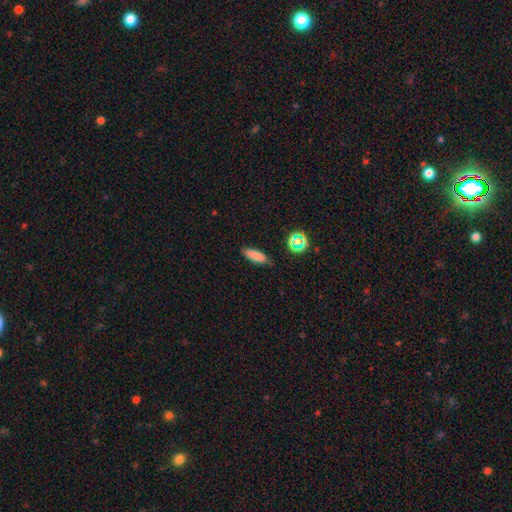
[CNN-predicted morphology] smooth_or_featured: smooth (p=0.80) [alt: star or artifact p=0.12]
how_rounded: in between (p=0.58) [alt: cigar-shaped p=0.39]
merging: none (p=0.80) [alt: minor disturbance p=0.15]